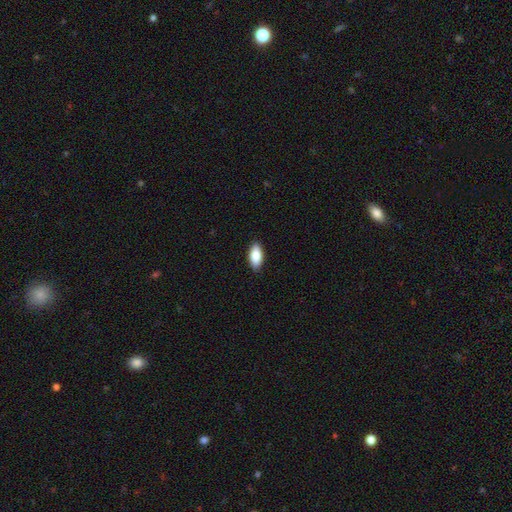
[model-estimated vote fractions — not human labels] Smooth or featured?
  - smooth: 86% *
  - featured or disk: 8%
  - star or artifact: 6%
How rounded?
  - in between: 90% *
  - cigar-shaped: 8%
  - round: 2%
Merging?
  - none: 89% *
  - minor disturbance: 9%
  - major disturbance: 2%
  - merger: 1%